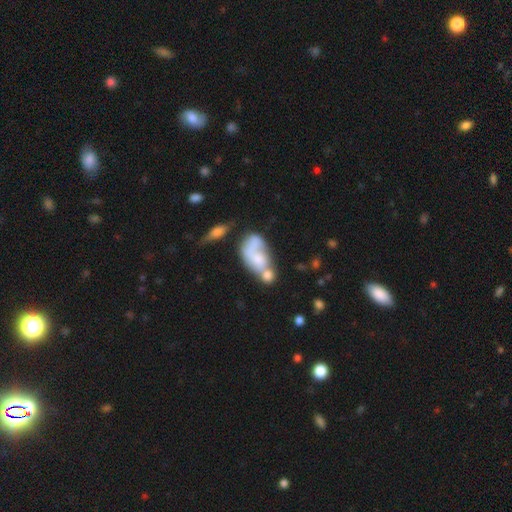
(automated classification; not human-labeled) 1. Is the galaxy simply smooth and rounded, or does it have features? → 52% smooth, 40% featured or disk, 8% star or artifact.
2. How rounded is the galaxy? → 85% in between, 11% round, 4% cigar-shaped.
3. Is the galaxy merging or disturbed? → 52% merger, 18% none, 17% major disturbance, 13% minor disturbance.